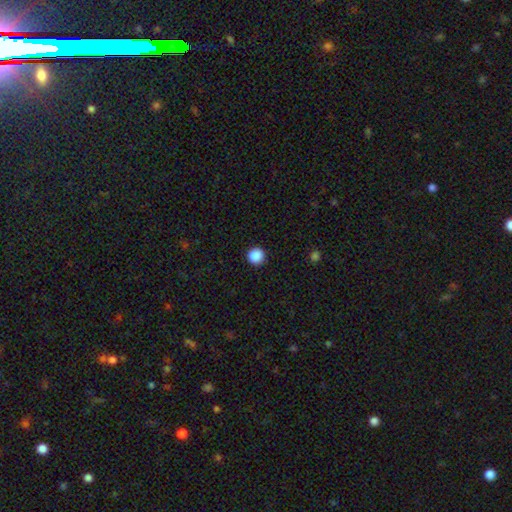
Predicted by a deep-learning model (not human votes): Smooth or featured?
  - smooth: 89% *
  - star or artifact: 9%
  - featured or disk: 2%
How rounded?
  - round: 95% *
  - in between: 4%
  - cigar-shaped: 1%
Merging?
  - none: 93% *
  - minor disturbance: 5%
  - major disturbance: 2%
  - merger: 1%